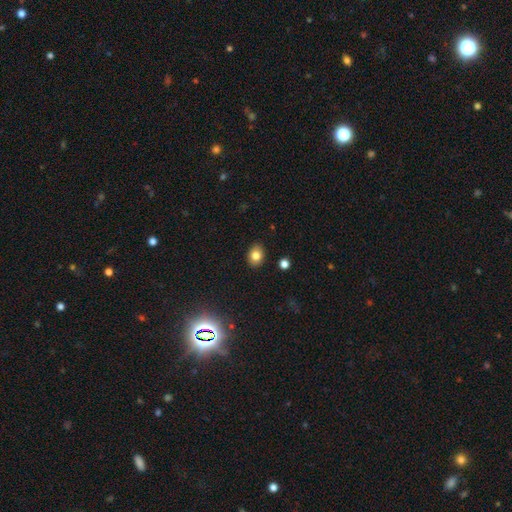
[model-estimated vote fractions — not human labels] smooth 80%, star or artifact 10%, featured or disk 9%. Down the decision tree: how rounded — in between (62%); merging — none (89%).